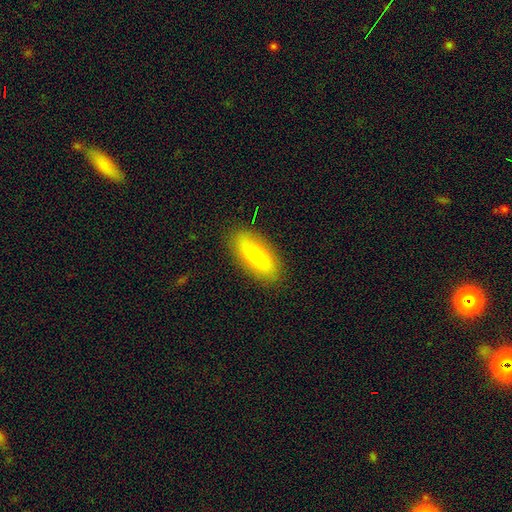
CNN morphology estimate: Smooth or featured? Predicted: smooth (p=0.64). How rounded? Predicted: in between (p=0.74). Merging? Predicted: none (p=0.86).